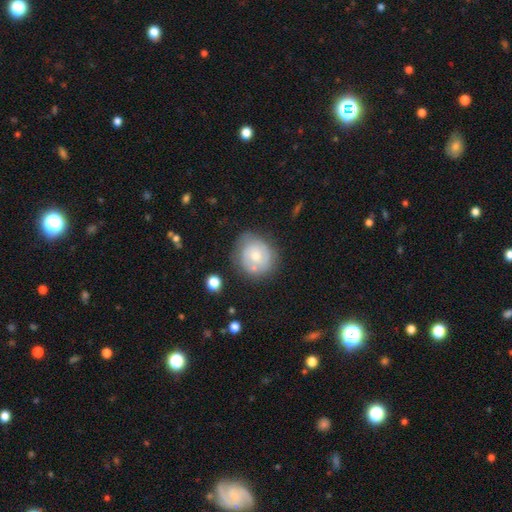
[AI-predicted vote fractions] The model was most divided on "smooth or featured": smooth: 49%, featured or disk: 44%, star or artifact: 7%. More confident: merging — none (58%).